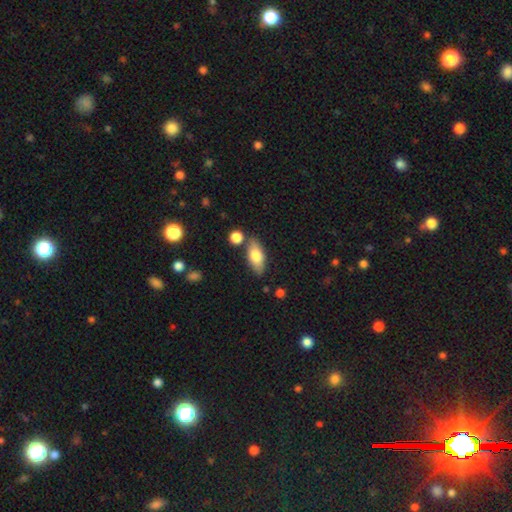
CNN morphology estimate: Smooth or featured? Predicted: smooth (p=0.73). How rounded? Predicted: in between (p=0.83). Merging? Predicted: none (p=0.77).